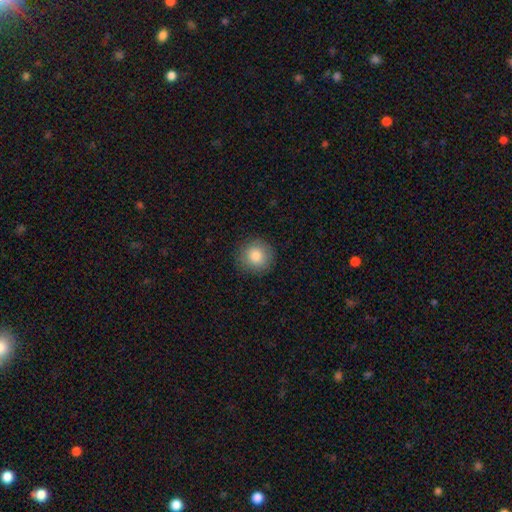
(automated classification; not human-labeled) A smooth galaxy with no disk features (84%) that is round (93%). Merging: none (89%).